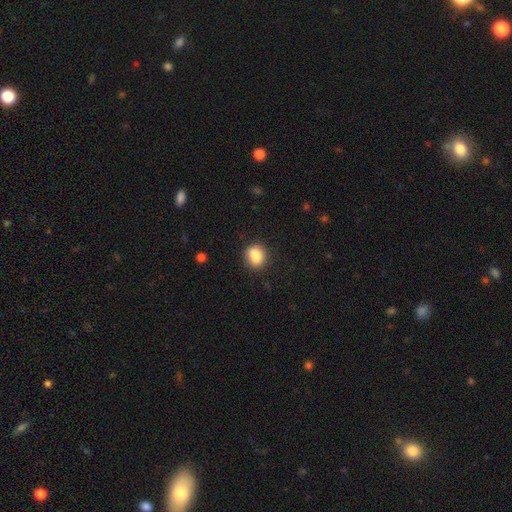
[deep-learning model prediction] Q: Smooth or featured?
A: smooth (85%); runner-up: star or artifact (9%)
Q: How rounded?
A: round (65%); runner-up: in between (34%)
Q: Merging?
A: none (82%); runner-up: minor disturbance (14%)